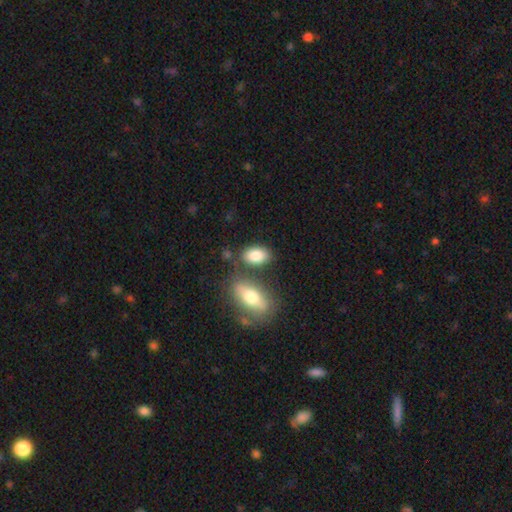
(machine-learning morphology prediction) A smooth galaxy with no disk features (84%) that is in between round and cigar-shaped (90%). Merging: none (67%).